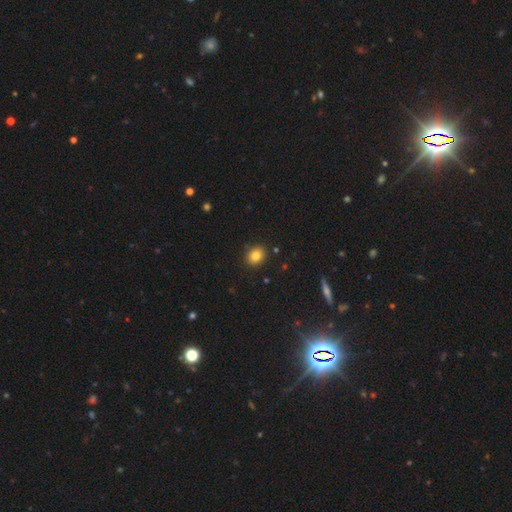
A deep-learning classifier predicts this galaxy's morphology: Smooth or featured: smooth — 82% (star or artifact — 11%)
How rounded: round — 58% (in between — 41%)
Merging: none — 89% (minor disturbance — 8%)